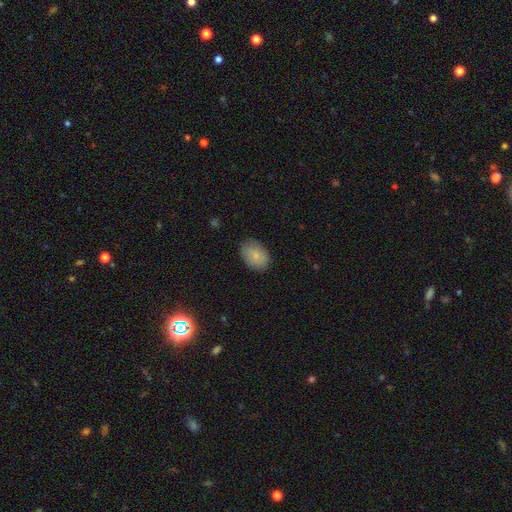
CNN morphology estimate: type=smooth (85%); roundness=in between (82%); merging=none (81%).